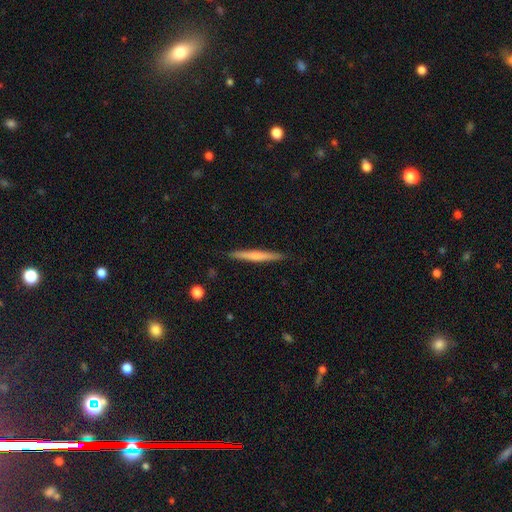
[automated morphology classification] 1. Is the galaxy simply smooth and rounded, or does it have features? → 52% smooth, 42% featured or disk, 6% star or artifact.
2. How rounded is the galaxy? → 96% cigar-shaped, 3% in between, 1% round.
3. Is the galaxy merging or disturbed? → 90% none, 7% minor disturbance, 1% major disturbance, 1% merger.